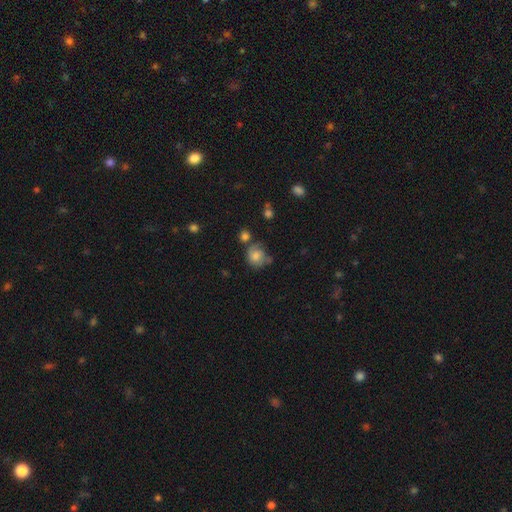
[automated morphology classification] smooth-or-featured: smooth: 75% | featured or disk: 15% | star or artifact: 10%
  how-rounded: round: 78% | in between: 21% | cigar-shaped: 1%
  merging: none: 51% | minor disturbance: 25% | merger: 15% | major disturbance: 10%